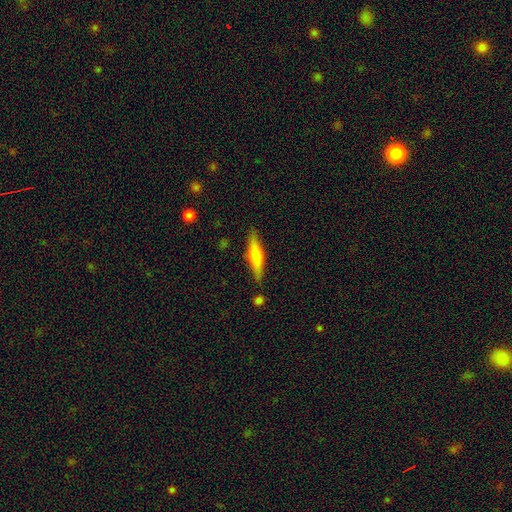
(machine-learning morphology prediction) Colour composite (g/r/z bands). It shows a smooth galaxy with no disk features (49%). Merging: none (84%).